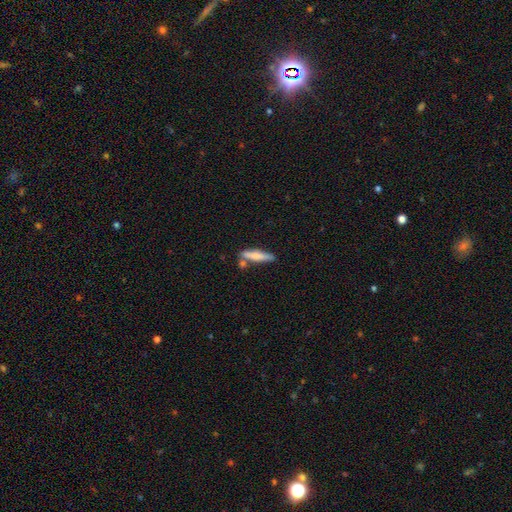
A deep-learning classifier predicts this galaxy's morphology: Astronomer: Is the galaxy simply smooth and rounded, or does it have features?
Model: smooth — 70%.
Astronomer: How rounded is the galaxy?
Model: cigar-shaped — 83%.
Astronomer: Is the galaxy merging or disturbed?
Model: none — 65%.